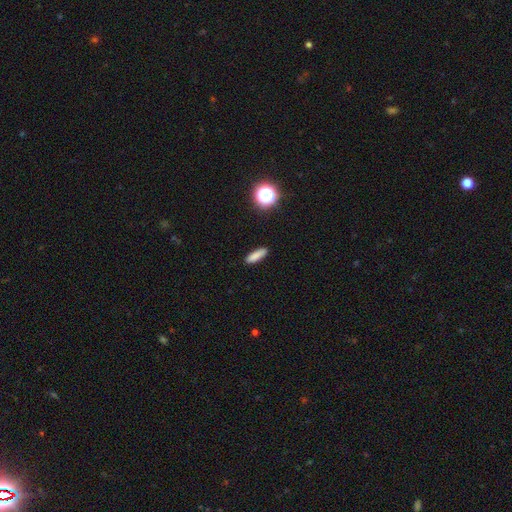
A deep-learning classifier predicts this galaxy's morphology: smooth-or-featured: smooth: 83% | star or artifact: 10% | featured or disk: 6%
  how-rounded: cigar-shaped: 66% | in between: 31% | round: 3%
  merging: none: 89% | minor disturbance: 8% | major disturbance: 2% | merger: 1%